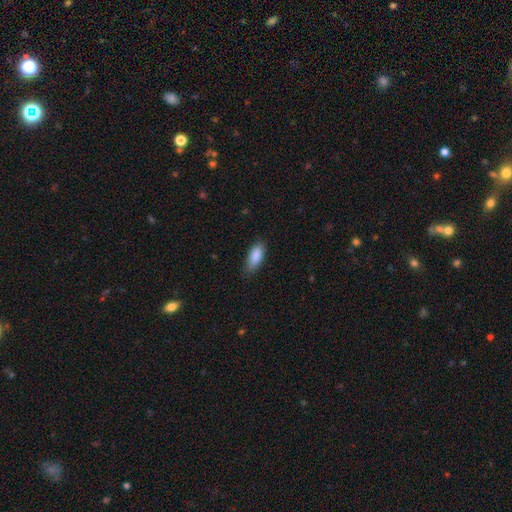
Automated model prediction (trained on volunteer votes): A smooth galaxy with no disk features (88%) that is in between round and cigar-shaped (84%). Merging: none (77%).